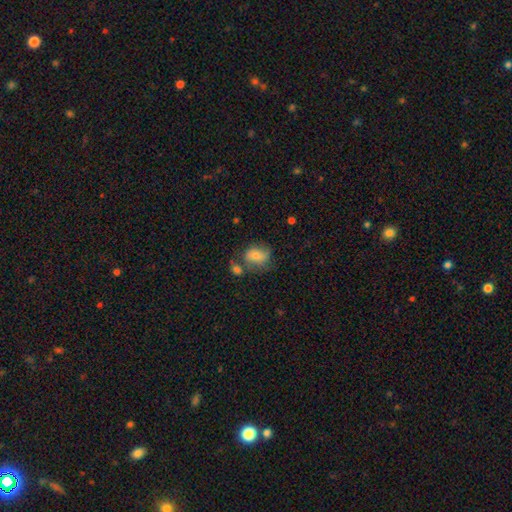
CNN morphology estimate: Overall: smooth (69%). How rounded: in between (62%; round 36%). Merging: none (45%; merger 23%).